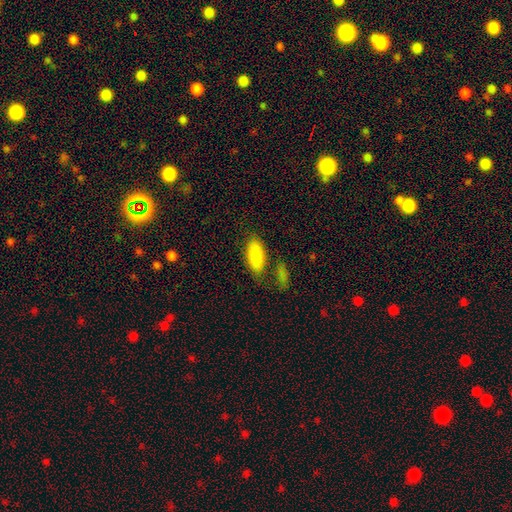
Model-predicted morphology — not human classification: A smooth galaxy with no disk features (86%) that is in between round and cigar-shaped (90%).

Vote fractions:
- Smooth or featured? smooth: 86% / featured or disk: 8% / star or artifact: 6%
- How rounded? in between: 90% / cigar-shaped: 7% / round: 2%
- Merging? none: 70% / minor disturbance: 16% / merger: 10% / major disturbance: 5%